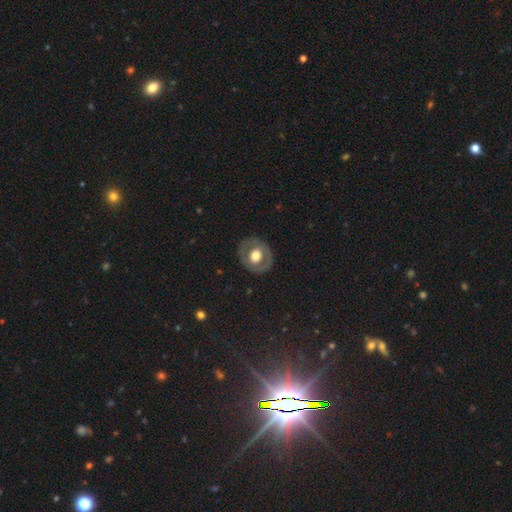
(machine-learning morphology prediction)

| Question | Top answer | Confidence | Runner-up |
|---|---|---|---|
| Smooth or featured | smooth | 48% | featured or disk (46%) |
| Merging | none | 83% | minor disturbance (11%) |